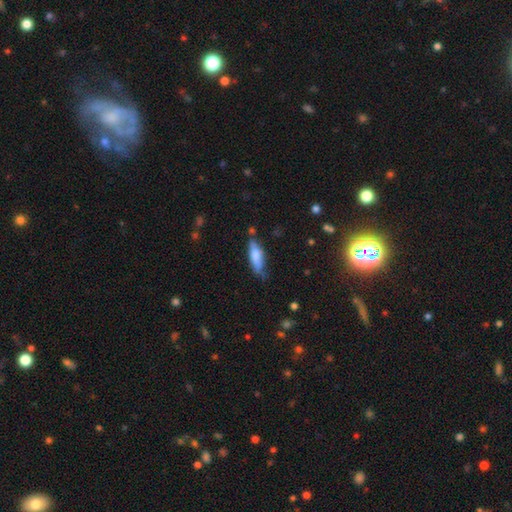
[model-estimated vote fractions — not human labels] This is likely a smooth galaxy (71%). How rounded: possibly in between (52%). Merging: possibly none (56%).